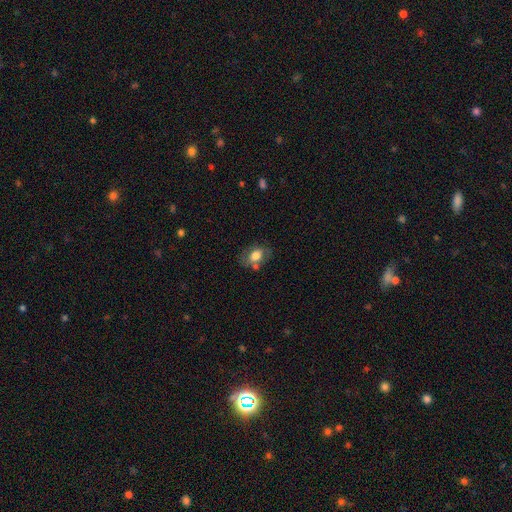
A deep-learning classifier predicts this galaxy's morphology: Overall: smooth (70%). How rounded: in between (74%). Merging: none (58%; minor disturbance 22%).